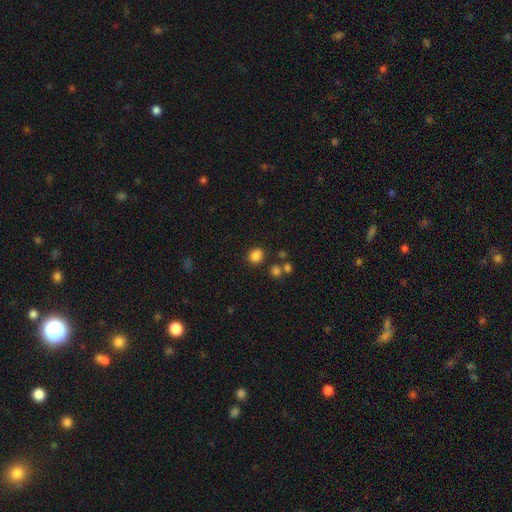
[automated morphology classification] The model was most divided on "how rounded": round: 63%, in between: 36%, cigar-shaped: 1%. More confident: smooth or featured — smooth (83%); merging — none (78%).